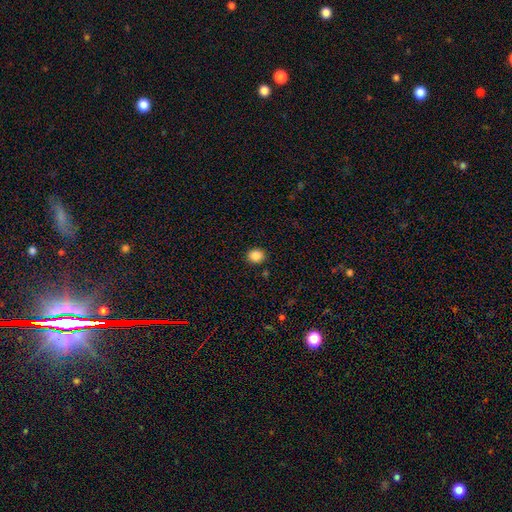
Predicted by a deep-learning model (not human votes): Q: Smooth or featured?
A: smooth (87%); runner-up: star or artifact (10%)
Q: How rounded?
A: round (75%); runner-up: in between (24%)
Q: Merging?
A: none (90%); runner-up: minor disturbance (7%)